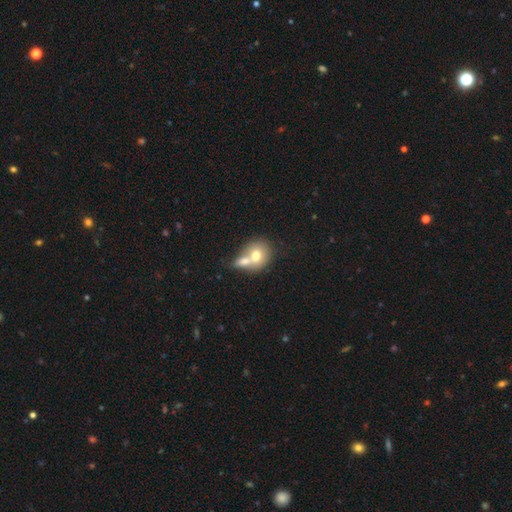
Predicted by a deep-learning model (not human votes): Smooth or featured?
  - smooth: 68% *
  - featured or disk: 24%
  - star or artifact: 9%
How rounded?
  - round: 65% *
  - in between: 34%
  - cigar-shaped: 1%
Merging?
  - merger: 68% *
  - none: 21%
  - minor disturbance: 7%
  - major disturbance: 4%